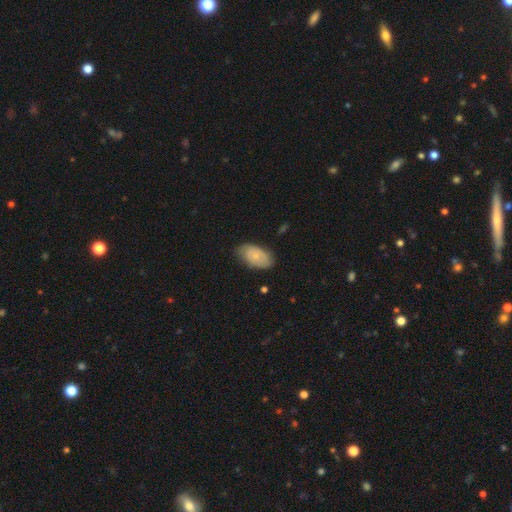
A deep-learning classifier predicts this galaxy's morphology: smooth-or-featured: smooth: 68% | featured or disk: 26% | star or artifact: 6%
  how-rounded: in between: 94% | round: 4% | cigar-shaped: 2%
  merging: none: 68% | minor disturbance: 26% | major disturbance: 5% | merger: 1%